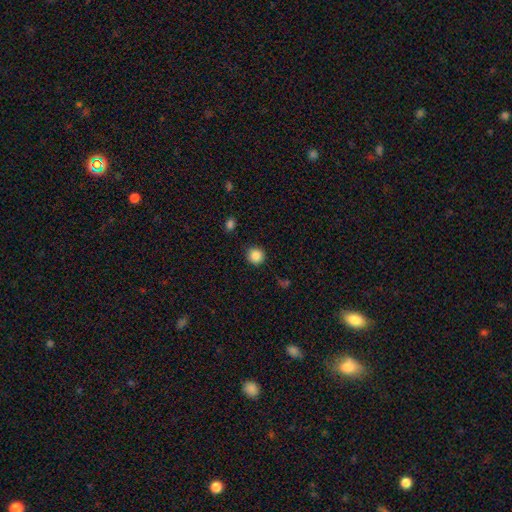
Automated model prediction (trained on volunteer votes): smooth 86%, star or artifact 10%, featured or disk 4%. Down the decision tree: how rounded — round (93%); merging — none (89%).